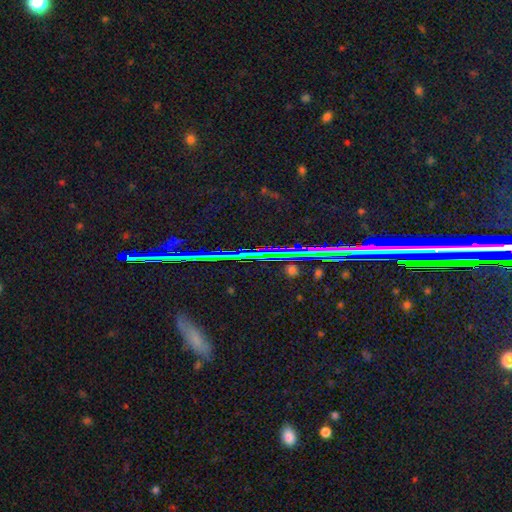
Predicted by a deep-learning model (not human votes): This is clearly a star or artifact rather than a galaxy (82%).